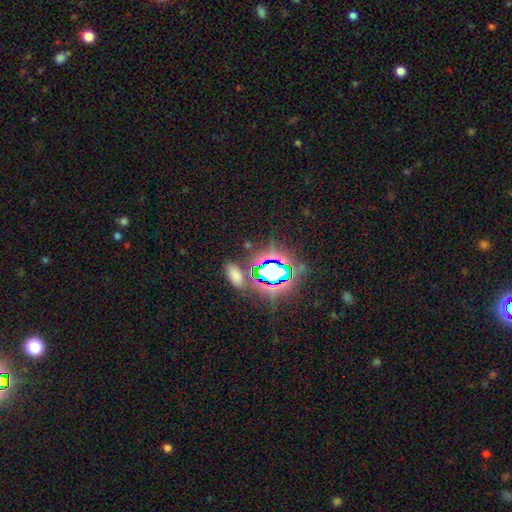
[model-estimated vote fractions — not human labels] A star or artifact, not a galaxy (72%).